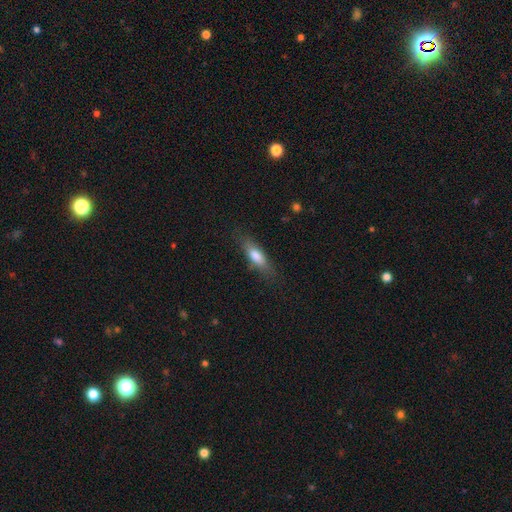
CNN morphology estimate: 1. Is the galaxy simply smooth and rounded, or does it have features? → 74% smooth, 20% featured or disk, 7% star or artifact.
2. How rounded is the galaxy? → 49% cigar-shaped (tied), 49% in between (tied), 2% round.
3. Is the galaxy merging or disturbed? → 77% none, 17% minor disturbance, 5% major disturbance, 1% merger.